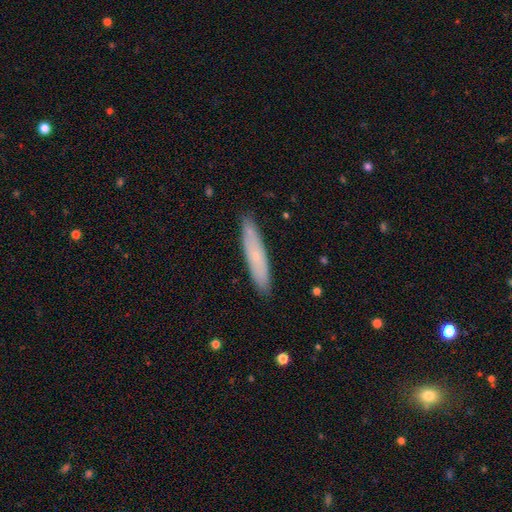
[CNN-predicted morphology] Smooth or featured: smooth — 56% (featured or disk — 37%)
How rounded: cigar-shaped — 86% (in between — 12%)
Merging: none — 88% (minor disturbance — 9%)